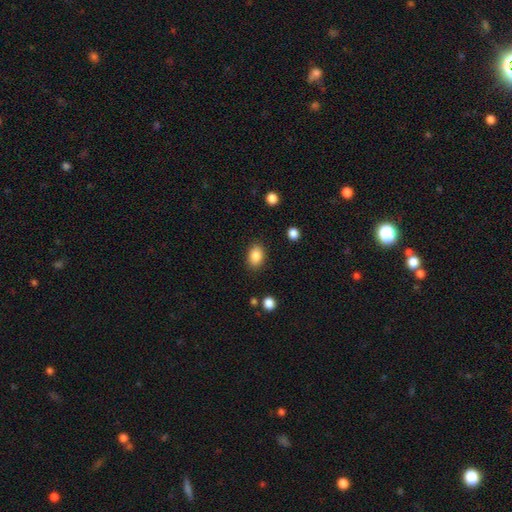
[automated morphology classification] The model was most divided on "how rounded": in between: 77%, round: 22%, cigar-shaped: 1%. More confident: merging — none (86%); smooth or featured — smooth (86%).